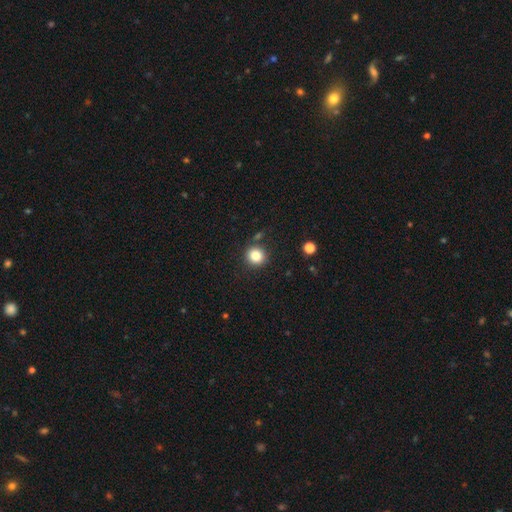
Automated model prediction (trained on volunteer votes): A smooth galaxy with no disk features (84%) that is round (90%). Merging: none (85%).